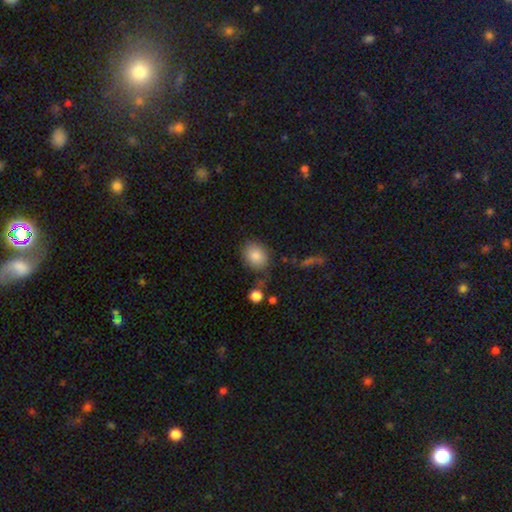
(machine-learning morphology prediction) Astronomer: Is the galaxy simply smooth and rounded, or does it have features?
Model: smooth — 84%.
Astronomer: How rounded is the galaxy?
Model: in between — 52% (runner-up: round, 47%).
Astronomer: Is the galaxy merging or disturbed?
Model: none — 78%.